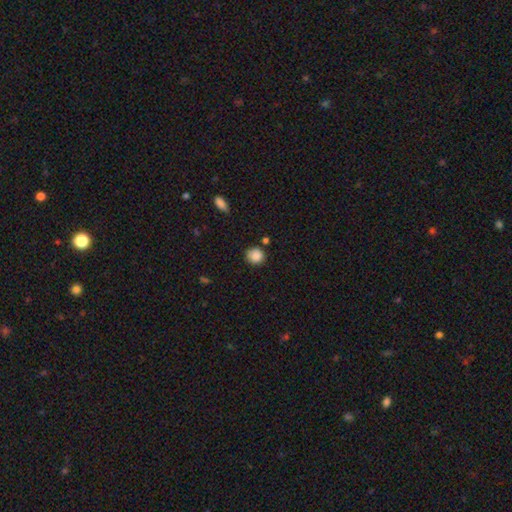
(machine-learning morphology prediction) A smooth galaxy with no disk features (88%) that is round (88%).

Vote fractions:
- Smooth or featured? smooth: 88% / star or artifact: 9% / featured or disk: 3%
- How rounded? round: 88% / in between: 11% / cigar-shaped: 1%
- Merging? none: 82% / minor disturbance: 12% / merger: 4% / major disturbance: 3%